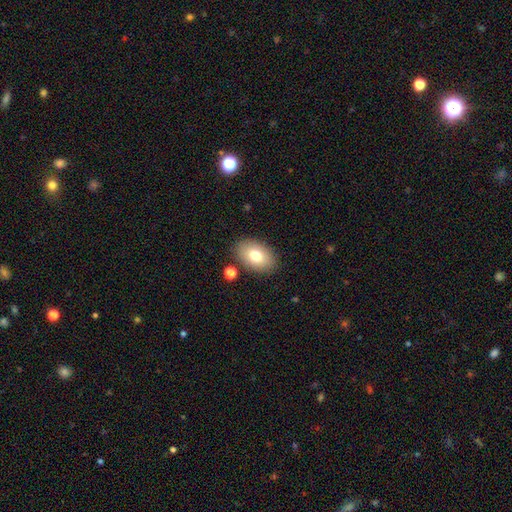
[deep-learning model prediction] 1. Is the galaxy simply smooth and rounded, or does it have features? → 77% smooth, 15% featured or disk, 8% star or artifact.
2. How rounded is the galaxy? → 89% in between, 10% round, 1% cigar-shaped.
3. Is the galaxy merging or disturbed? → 85% none, 10% minor disturbance, 3% merger, 3% major disturbance.